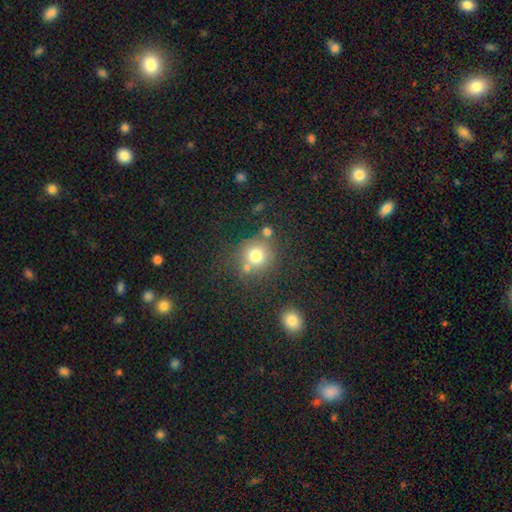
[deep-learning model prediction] Smooth or featured?
  - smooth: 74% *
  - star or artifact: 15%
  - featured or disk: 11%
How rounded?
  - round: 89% *
  - in between: 10%
  - cigar-shaped: 1%
Merging?
  - none: 64% *
  - merger: 19%
  - minor disturbance: 11%
  - major disturbance: 5%